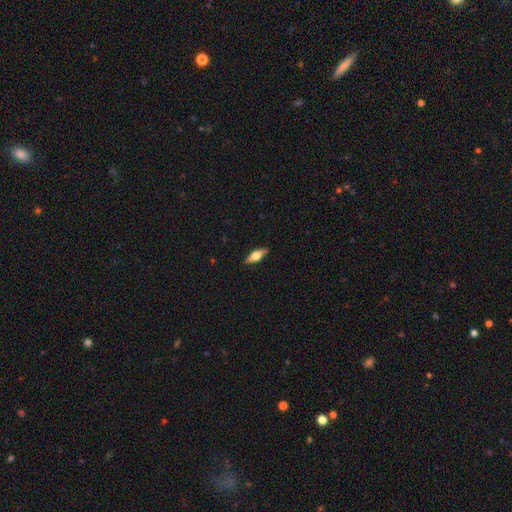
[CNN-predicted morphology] A featured or disk galaxy (55%) viewed edge-on (93%) with a rounded central bulge (94%). Merging: none (90%).